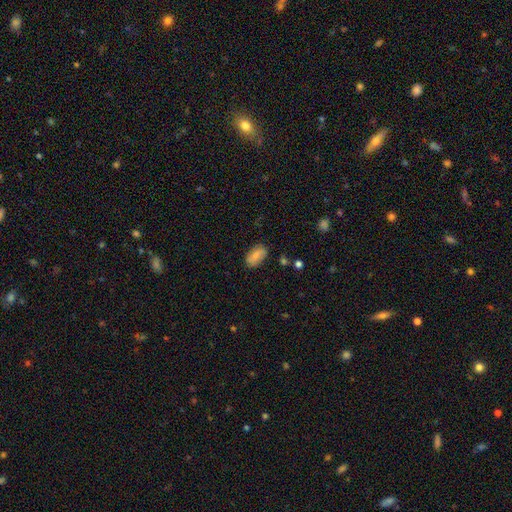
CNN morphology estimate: Smooth or featured?
  - smooth: 71% *
  - featured or disk: 21%
  - star or artifact: 8%
How rounded?
  - in between: 91% *
  - round: 6%
  - cigar-shaped: 3%
Merging?
  - none: 79% *
  - minor disturbance: 16%
  - major disturbance: 4%
  - merger: 2%